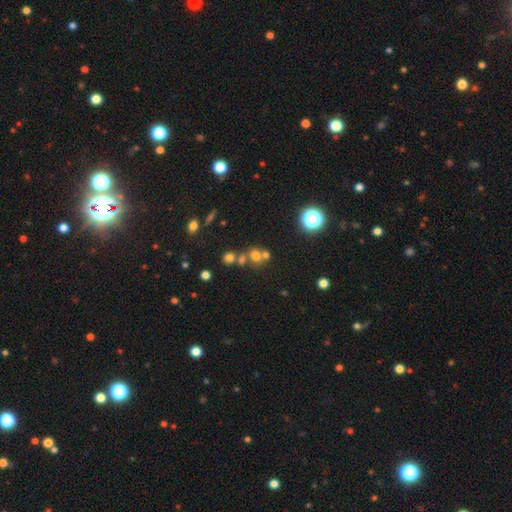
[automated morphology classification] The model was most divided on "merging": none: 48%, merger: 38%, minor disturbance: 9%, major disturbance: 5%. More confident: how rounded — round (74%); smooth or featured — smooth (59%).